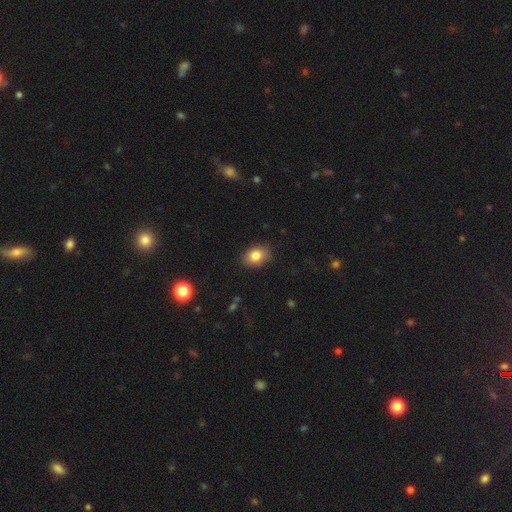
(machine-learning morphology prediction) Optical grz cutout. It shows a smooth galaxy with no disk features (82%) that is in between round and cigar-shaped (73%). Merging: none (85%).